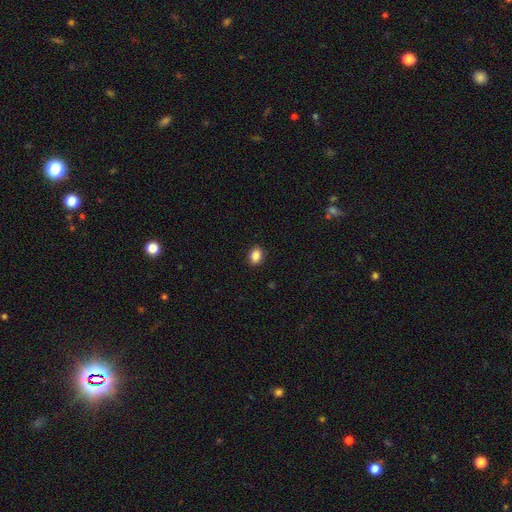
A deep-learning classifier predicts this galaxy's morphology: Smooth or featured? smooth (87%)
How rounded? in between (65%)
Merging? none (91%)